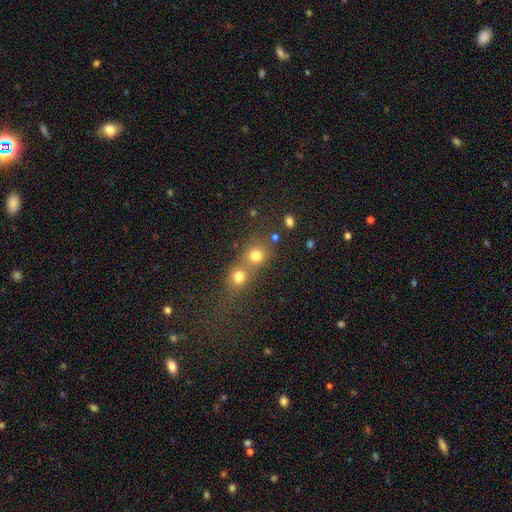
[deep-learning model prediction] smooth-or-featured: smooth: 75% | star or artifact: 16% | featured or disk: 9%
  how-rounded: round: 84% | in between: 14% | cigar-shaped: 1%
  merging: merger: 47% | none: 43% | minor disturbance: 6% | major disturbance: 4%